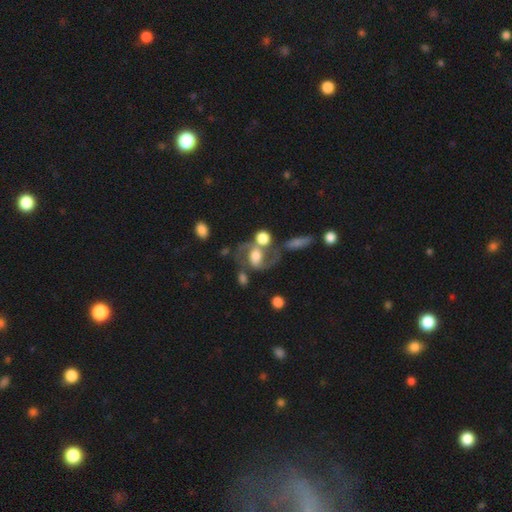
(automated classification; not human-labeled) Smooth or featured?
  - featured or disk: 71% *
  - smooth: 20%
  - star or artifact: 9%
Edge-on disk?
  - no: 96% *
  - yes: 4%
Bar?
  - no: 40% *
  - weak: 37%
  - strong: 23%
Spiral arms?
  - yes: 88% *
  - no: 12%
Spiral winding?
  - medium: 49% *
  - loose: 39%
  - tight: 12%
Spiral arm count?
  - 2: 90% *
  - can't tell: 4%
  - 1: 3%
  - 3: 1%
  - 4: 1%
  - more than 4: 1%
Bulge size?
  - moderate: 47% *
  - large: 32%
  - small: 13%
  - none: 4%
  - dominant: 4%
Merging?
  - none: 44% *
  - merger: 28%
  - minor disturbance: 15%
  - major disturbance: 13%